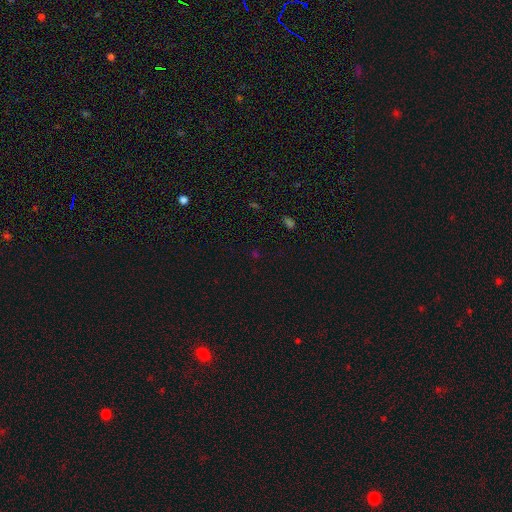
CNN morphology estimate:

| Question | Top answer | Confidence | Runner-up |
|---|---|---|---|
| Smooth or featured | star or artifact | 62% | smooth (31%) |